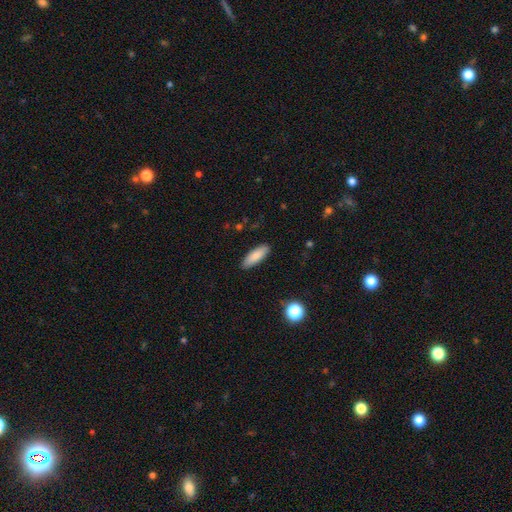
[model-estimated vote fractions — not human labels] Smooth or featured? Predicted: smooth (p=0.84). How rounded? Predicted: in between (p=0.57). Merging? Predicted: none (p=0.89).